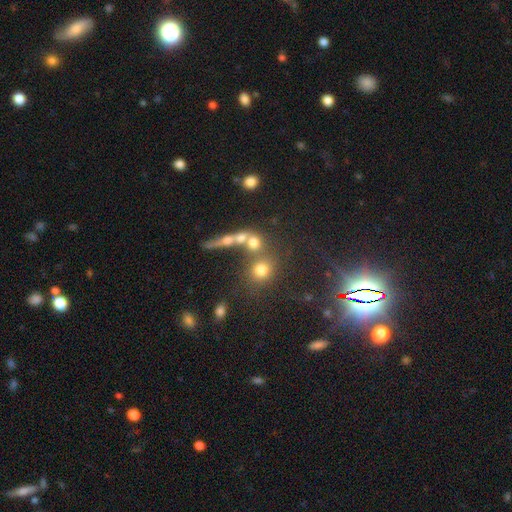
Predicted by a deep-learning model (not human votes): A star or artifact, not a galaxy (44%).